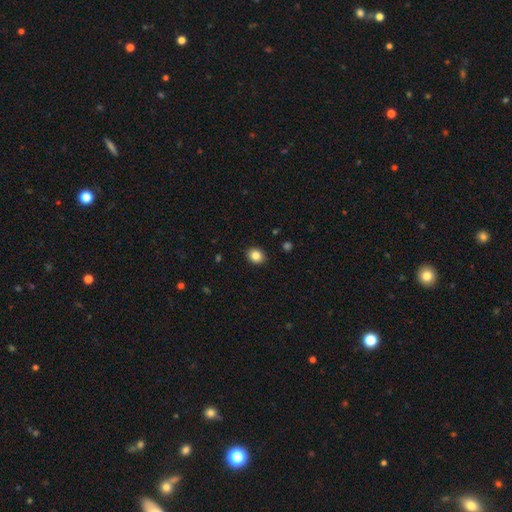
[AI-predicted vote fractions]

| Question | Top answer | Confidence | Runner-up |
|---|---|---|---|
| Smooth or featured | smooth | 85% | star or artifact (10%) |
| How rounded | round | 61% | in between (38%) |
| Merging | none | 91% | minor disturbance (7%) |